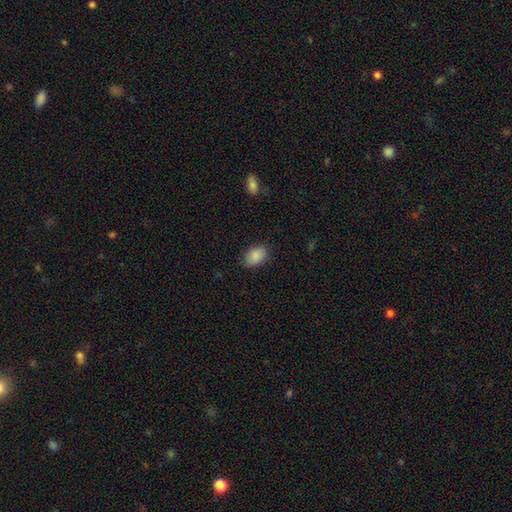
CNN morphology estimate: smooth_or_featured: smooth (p=0.88) [alt: star or artifact p=0.07]
how_rounded: in between (p=0.87) [alt: round p=0.12]
merging: none (p=0.84) [alt: minor disturbance p=0.12]